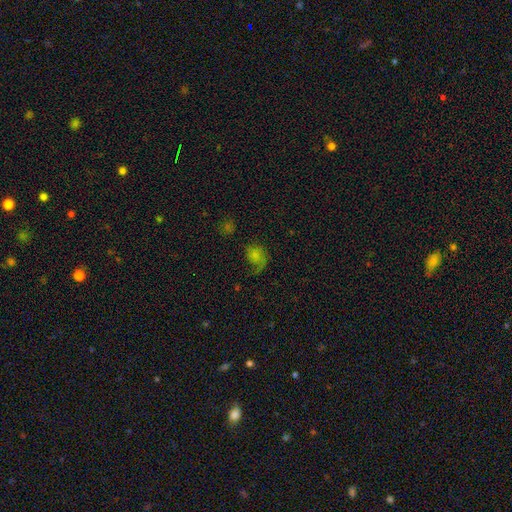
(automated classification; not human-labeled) Q: Smooth or featured?
A: smooth (61%); runner-up: featured or disk (23%)
Q: How rounded?
A: round (50%); runner-up: in between (49%)
Q: Merging?
A: none (39%); runner-up: major disturbance (31%)